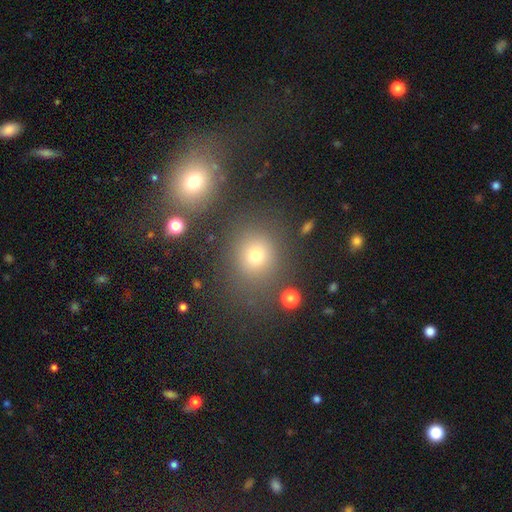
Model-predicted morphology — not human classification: Q: Smooth or featured?
A: smooth (72%); runner-up: star or artifact (20%)
Q: How rounded?
A: round (79%); runner-up: in between (20%)
Q: Merging?
A: none (78%); runner-up: minor disturbance (10%)